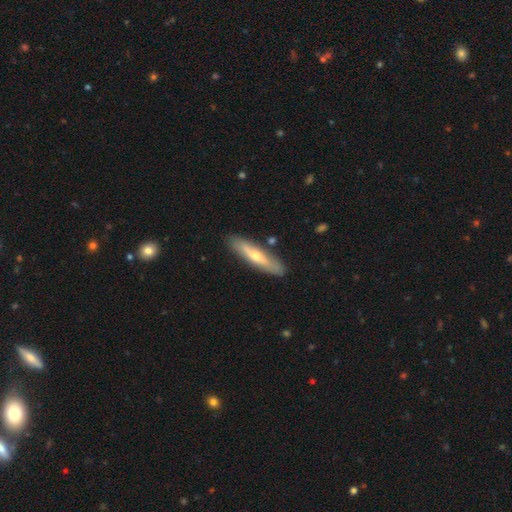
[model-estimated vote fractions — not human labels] featured or disk 49%, smooth 45%, star or artifact 5%. Down the decision tree: merging — none (86%).